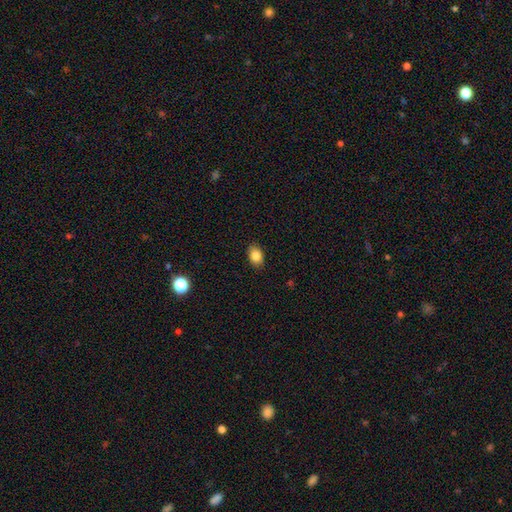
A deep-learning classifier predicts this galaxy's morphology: Q: Smooth or featured?
A: smooth (85%); runner-up: star or artifact (9%)
Q: How rounded?
A: in between (79%); runner-up: round (20%)
Q: Merging?
A: none (88%); runner-up: minor disturbance (9%)